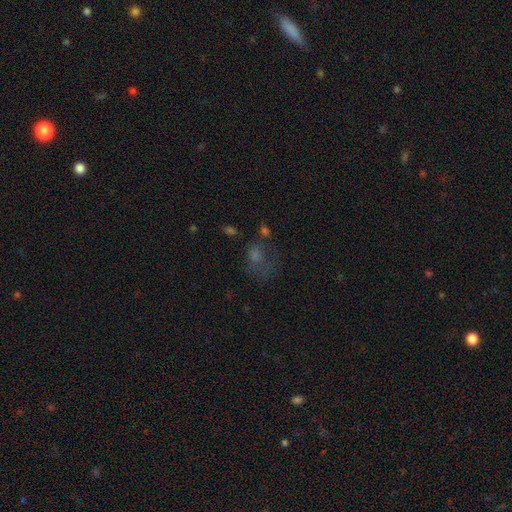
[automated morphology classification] smooth 44%, star or artifact 31%, featured or disk 25%. Down the decision tree: merging — none (38%).